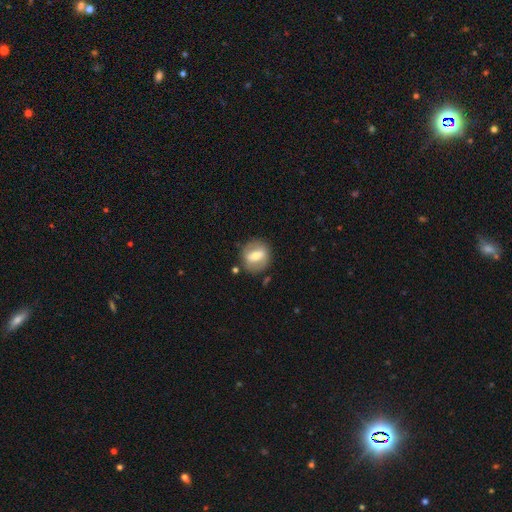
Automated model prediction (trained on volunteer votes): This appears to be a smooth galaxy with no disk features (48%). Merging: none (79%).